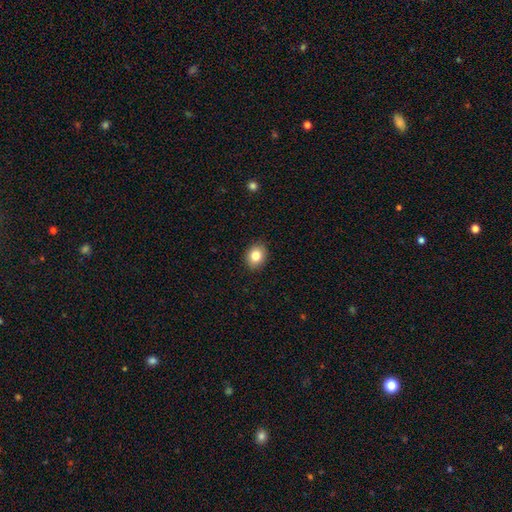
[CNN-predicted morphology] Smooth or featured? smooth (83%)
How rounded? round (52%)
Merging? none (90%)